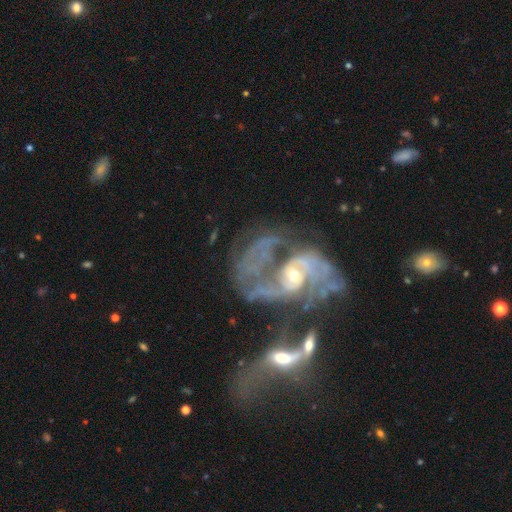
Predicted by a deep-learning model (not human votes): A featured or disk galaxy (85%) with no bar (53%), 2 (60%) medium (43%) spiral arms (89%) and a small central bulge (51%).

Vote fractions:
- Smooth or featured? featured or disk: 85% / star or artifact: 9% / smooth: 7%
- Edge-on disk? no: 97% / yes: 3%
- Bar? no: 53% / weak: 35% / strong: 12%
- Spiral arms? yes: 89% / no: 11%
- Spiral winding? medium: 43% / loose: 37% / tight: 19%
- Spiral arm count? 2: 60% / can't tell: 17% / 3: 8% / 1: 7% / 4: 4% / more than 4: 4%
- Bulge size? small: 51% / moderate: 40% / none: 5% / large: 3% / dominant: 1%
- Merging? merger: 48% / major disturbance: 24% / none: 18% / minor disturbance: 11%